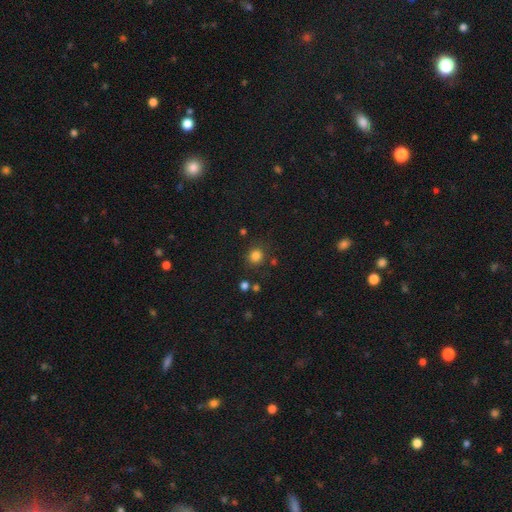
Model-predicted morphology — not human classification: Smooth or featured? Predicted: smooth (p=0.82). How rounded? Predicted: round (p=0.88). Merging? Predicted: none (p=0.82).